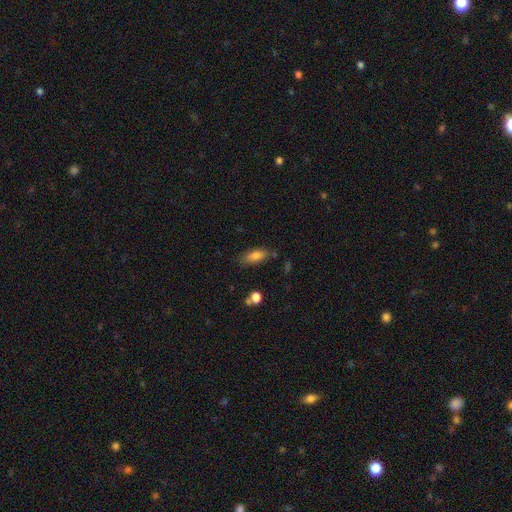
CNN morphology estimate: Smooth or featured? smooth (80%)
How rounded? in between (77%)
Merging? none (74%)